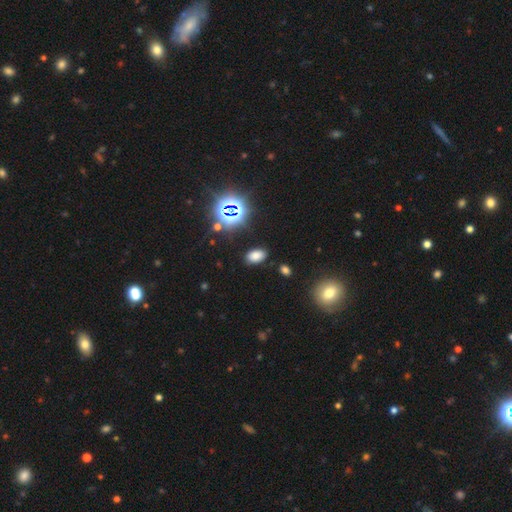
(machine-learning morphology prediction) This appears to be a smooth galaxy with no disk features (68%) that is in between round and cigar-shaped (90%). Merging: none (86%).